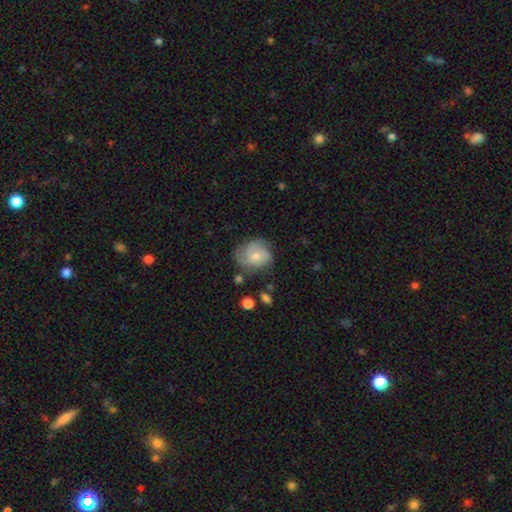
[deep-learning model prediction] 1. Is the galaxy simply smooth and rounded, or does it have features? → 55% featured or disk, 37% smooth, 8% star or artifact.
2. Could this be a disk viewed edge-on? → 98% no, 2% yes.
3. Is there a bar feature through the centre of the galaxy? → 75% no, 23% weak, 3% strong.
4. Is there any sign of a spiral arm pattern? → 85% yes, 15% no.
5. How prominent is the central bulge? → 48% small, 46% moderate, 3% none, 2% large, 1% dominant.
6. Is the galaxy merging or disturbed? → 61% none, 26% minor disturbance, 11% major disturbance, 3% merger.